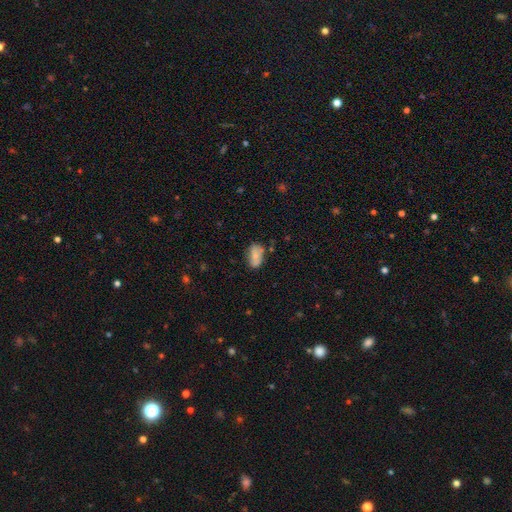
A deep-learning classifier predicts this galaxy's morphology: Overall: smooth (67%). How rounded: in between (89%). Merging: none (65%).